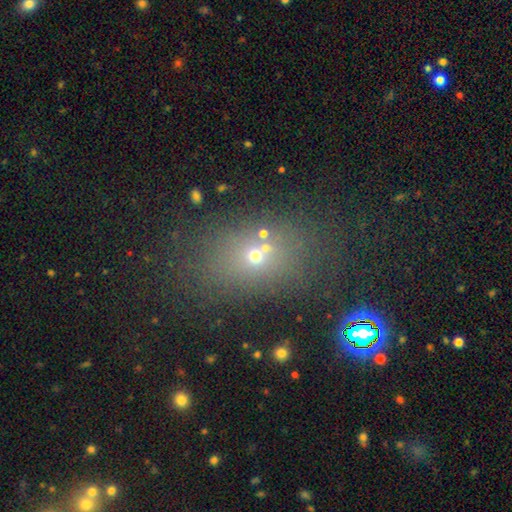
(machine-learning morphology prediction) Smooth or featured? Predicted: smooth (p=0.54). How rounded? Predicted: in between (p=0.60). Merging? Predicted: none (p=0.65).